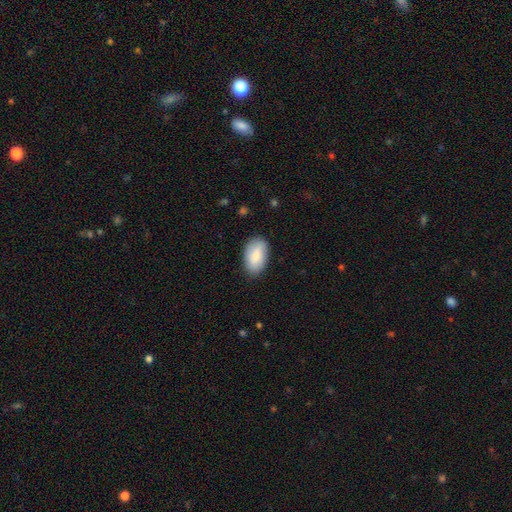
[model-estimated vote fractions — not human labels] Morphology: type=smooth (81%); roundness=in between (94%); merging=none (82%).